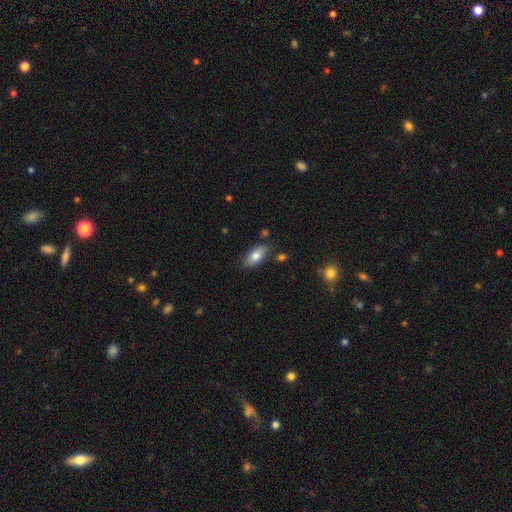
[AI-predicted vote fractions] A smooth galaxy with no disk features (79%) that is in between round and cigar-shaped (86%). Merging: none (80%).